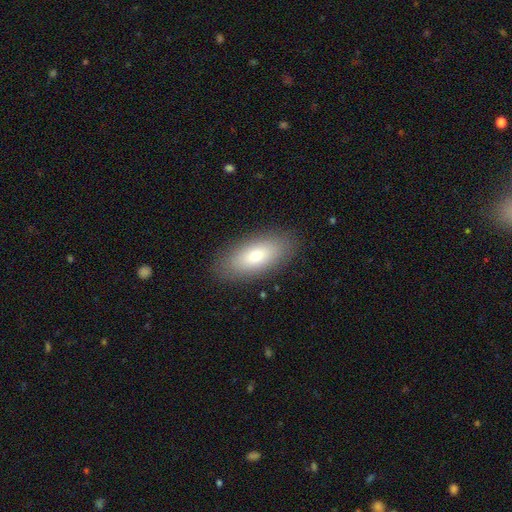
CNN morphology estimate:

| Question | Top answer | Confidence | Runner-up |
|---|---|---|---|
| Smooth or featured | smooth | 77% | featured or disk (16%) |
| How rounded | in between | 85% | cigar-shaped (13%) |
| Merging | none | 88% | minor disturbance (9%) |